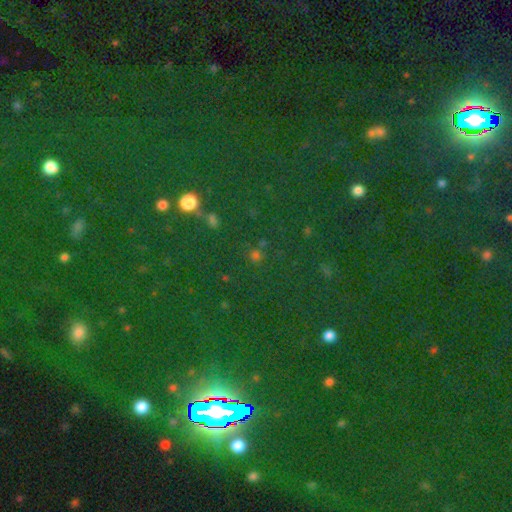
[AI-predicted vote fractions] Smooth or featured? star or artifact (71%)